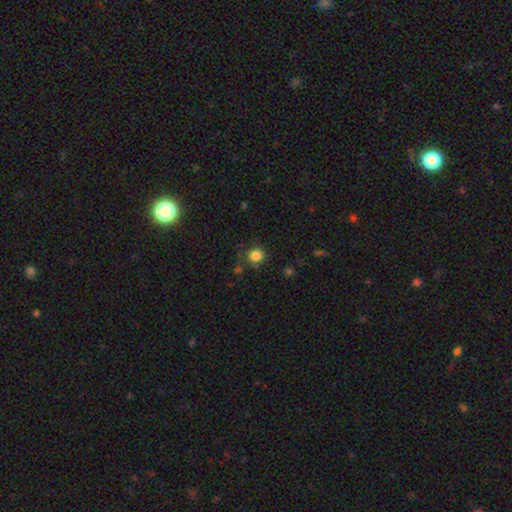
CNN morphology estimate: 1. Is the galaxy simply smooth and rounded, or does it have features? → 83% smooth, 11% star or artifact, 5% featured or disk.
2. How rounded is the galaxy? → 90% round, 9% in between, 1% cigar-shaped.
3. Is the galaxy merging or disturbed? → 77% none, 14% minor disturbance, 5% major disturbance, 5% merger.